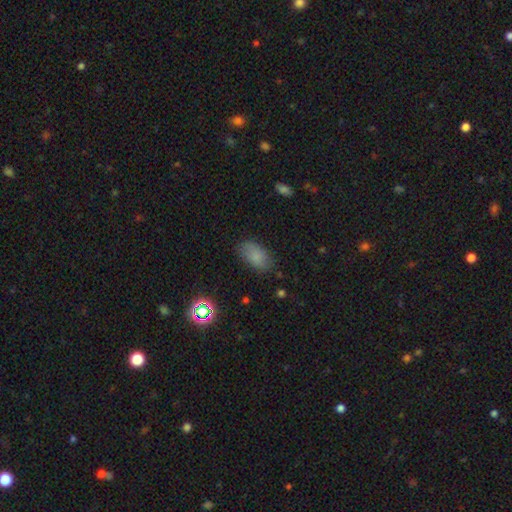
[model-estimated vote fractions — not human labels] Morphology: type=smooth (81%); roundness=in between (92%); merging=none (80%).